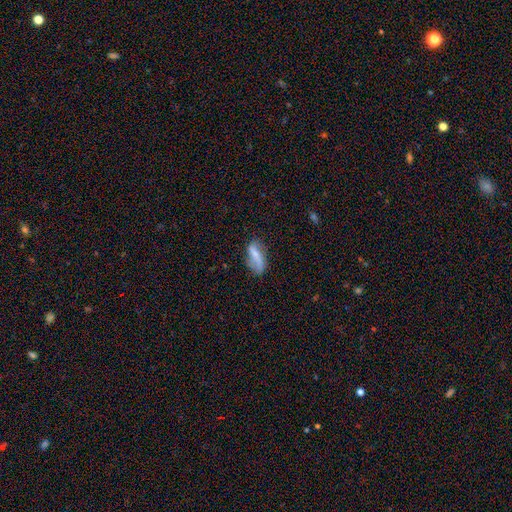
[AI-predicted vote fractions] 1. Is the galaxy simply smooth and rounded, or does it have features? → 50% smooth, 42% featured or disk, 8% star or artifact.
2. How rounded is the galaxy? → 77% in between, 19% cigar-shaped, 4% round.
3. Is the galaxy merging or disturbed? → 52% none, 29% minor disturbance, 15% major disturbance, 4% merger.